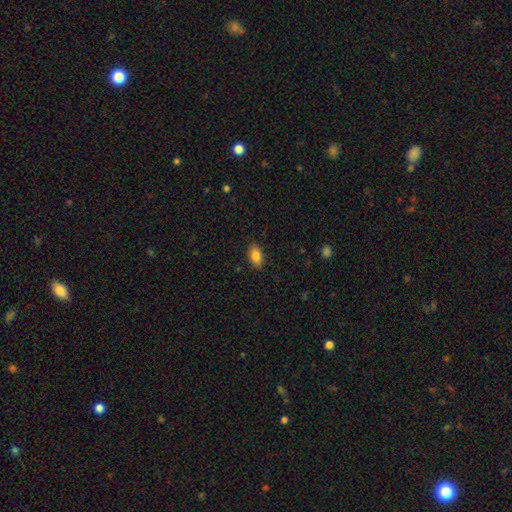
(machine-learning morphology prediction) Smooth or featured?
  - smooth: 85% *
  - featured or disk: 8%
  - star or artifact: 8%
How rounded?
  - in between: 91% *
  - round: 5%
  - cigar-shaped: 4%
Merging?
  - none: 87% *
  - minor disturbance: 10%
  - major disturbance: 2%
  - merger: 1%